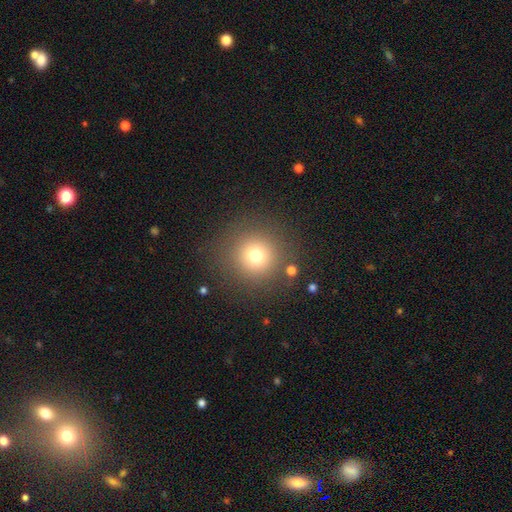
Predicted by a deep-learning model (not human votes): Smooth or featured?
  - smooth: 73% *
  - star or artifact: 17%
  - featured or disk: 10%
How rounded?
  - round: 95% *
  - in between: 4%
  - cigar-shaped: 1%
Merging?
  - none: 86% *
  - minor disturbance: 7%
  - major disturbance: 4%
  - merger: 3%